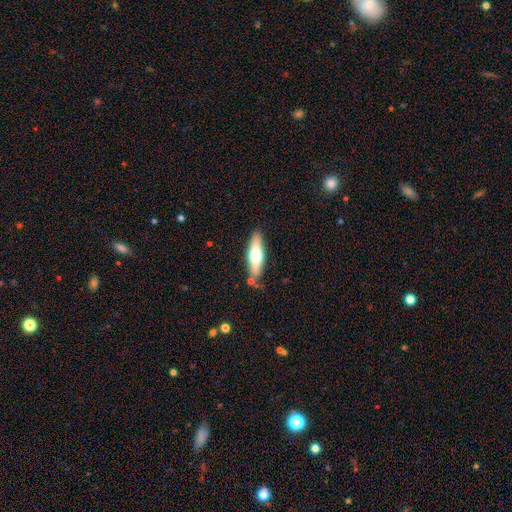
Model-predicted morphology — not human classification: The model was most divided on "smooth or featured": smooth: 54%, featured or disk: 41%, star or artifact: 5%. More confident: merging — none (77%); how rounded — cigar-shaped (61%).